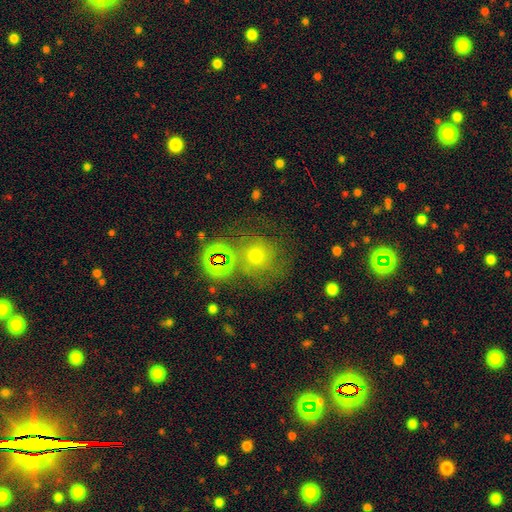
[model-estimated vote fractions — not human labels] Q: Smooth or featured?
A: smooth (52%); runner-up: star or artifact (28%)
Q: How rounded?
A: round (85%); runner-up: in between (14%)
Q: Merging?
A: none (59%); runner-up: minor disturbance (16%)